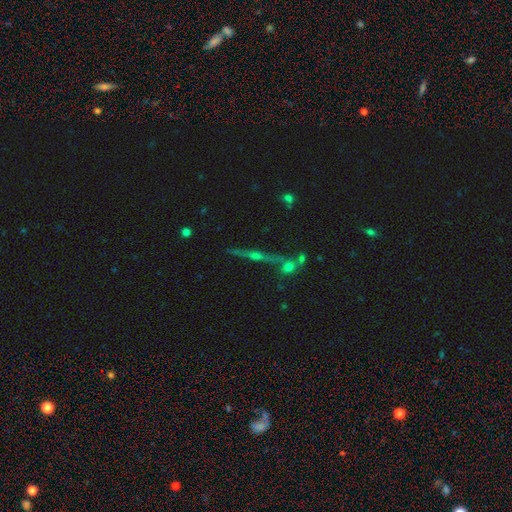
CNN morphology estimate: Overall: featured or disk (73%). Edge-on disk: yes (94%). Edge-on bulge: rounded (89%). Merging: none (70%).